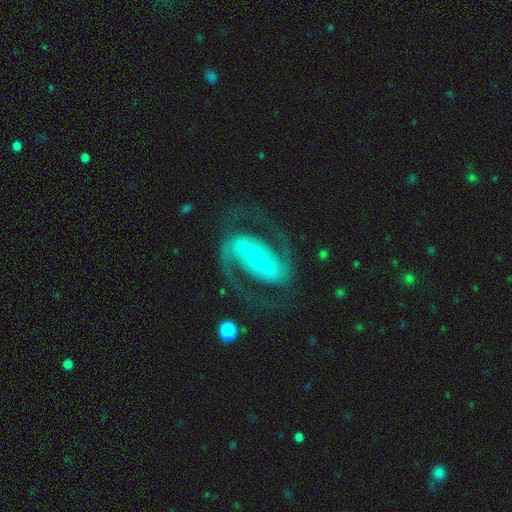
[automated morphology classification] This appears to be a featured or disk galaxy (92%) with a strong bar (65%), 2 (94%) medium (63%) spiral arms (97%) and a moderate central bulge (61%). Merging: none (79%).